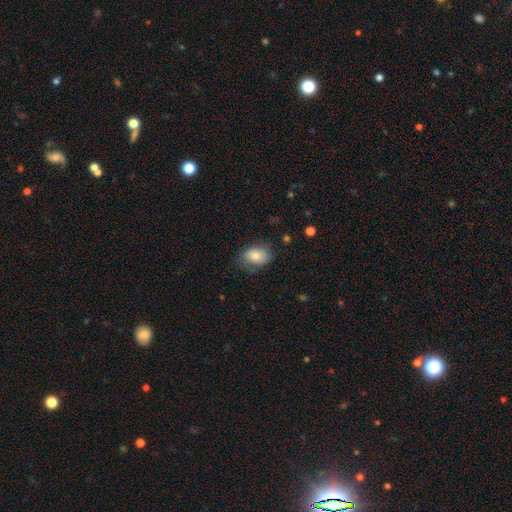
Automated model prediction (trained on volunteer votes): Smooth or featured: smooth — 74% (featured or disk — 18%)
How rounded: in between — 75% (round — 24%)
Merging: none — 61% (minor disturbance — 27%)